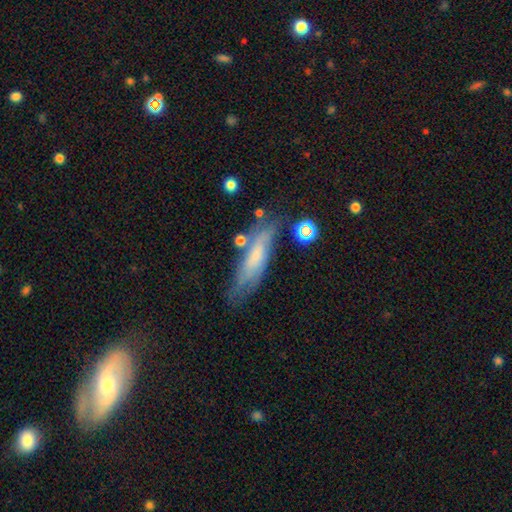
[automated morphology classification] This appears to be a featured or disk galaxy (51%). Merging: none (64%).